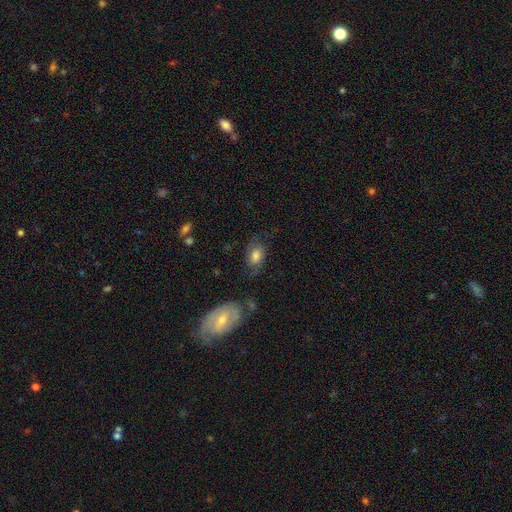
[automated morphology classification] Overall: smooth (51%; featured or disk 40%). How rounded: in between (84%). Merging: none (61%; minor disturbance 22%).